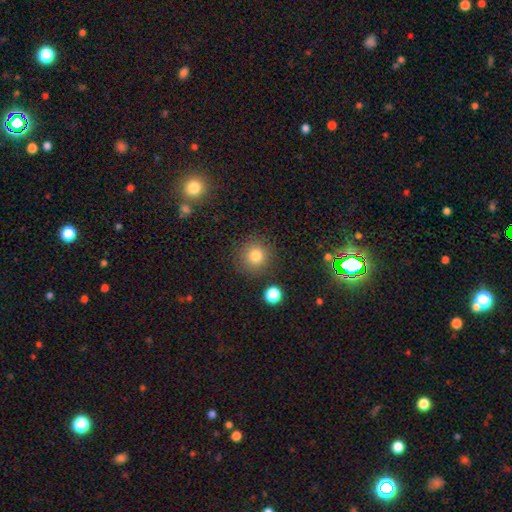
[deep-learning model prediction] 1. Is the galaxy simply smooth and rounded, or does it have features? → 80% smooth, 13% star or artifact, 7% featured or disk.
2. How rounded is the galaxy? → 92% round, 7% in between, 1% cigar-shaped.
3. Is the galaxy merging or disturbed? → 87% none, 7% minor disturbance, 3% major disturbance, 3% merger.